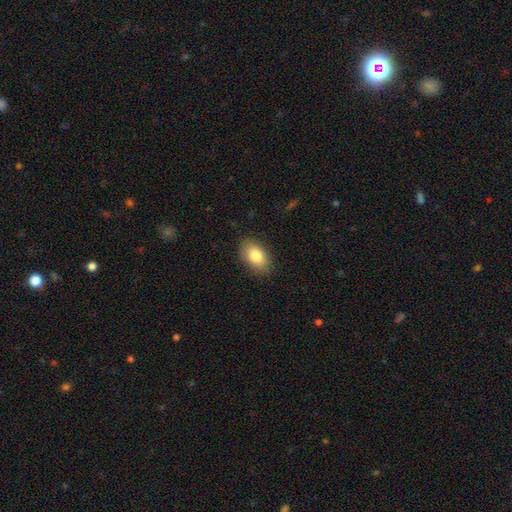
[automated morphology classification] A smooth galaxy with no disk features (82%) that is in between round and cigar-shaped (88%).

Vote fractions:
- Smooth or featured? smooth: 82% / featured or disk: 10% / star or artifact: 8%
- How rounded? in between: 88% / round: 10% / cigar-shaped: 1%
- Merging? none: 85% / minor disturbance: 11% / major disturbance: 3% / merger: 1%